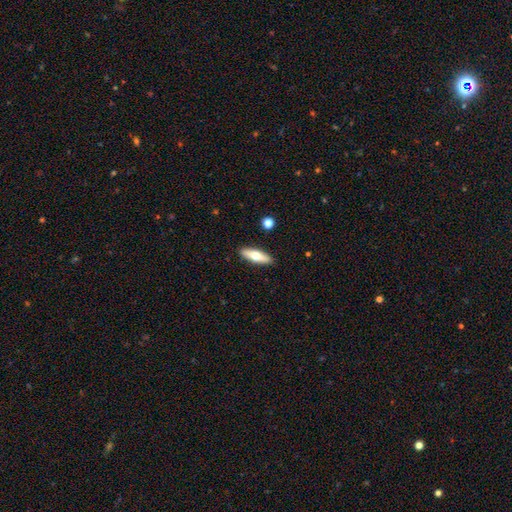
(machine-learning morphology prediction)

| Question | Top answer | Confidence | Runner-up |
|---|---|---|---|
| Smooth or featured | smooth | 56% | featured or disk (38%) |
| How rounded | cigar-shaped | 52% | in between (45%) |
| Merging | none | 90% | minor disturbance (7%) |